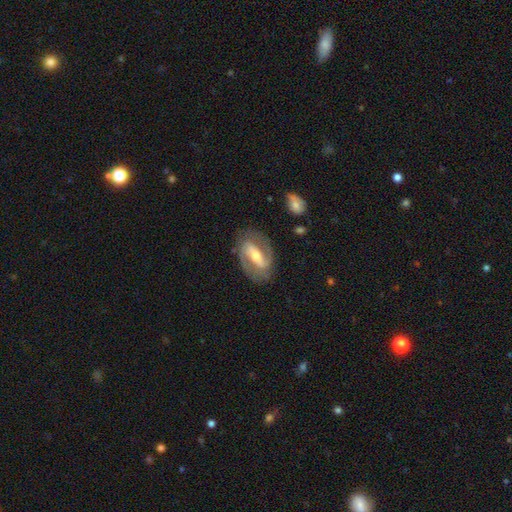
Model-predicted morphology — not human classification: Smooth or featured? Predicted: featured or disk (p=0.83). Edge-on disk? Predicted: no (p=0.95). Bar? Predicted: strong (p=0.59). Spiral arms? Predicted: yes (p=0.89). Spiral winding? Predicted: medium (p=0.47). Spiral arm count? Predicted: 2 (p=0.88). Bulge size? Predicted: moderate (p=0.57). Merging? Predicted: none (p=0.81).